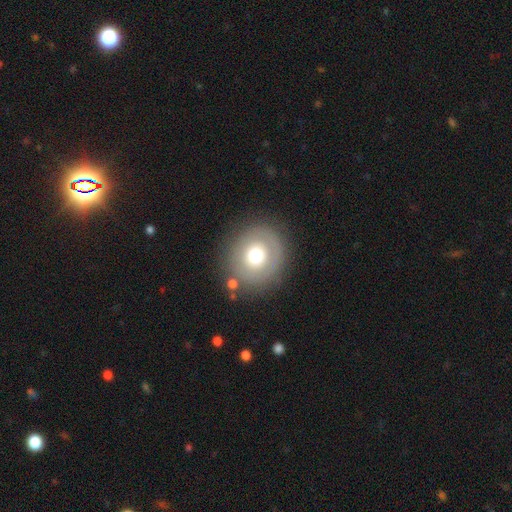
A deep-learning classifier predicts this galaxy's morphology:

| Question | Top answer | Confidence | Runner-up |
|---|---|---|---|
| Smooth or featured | smooth | 62% | featured or disk (29%) |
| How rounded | round | 89% | in between (10%) |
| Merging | none | 81% | minor disturbance (10%) |